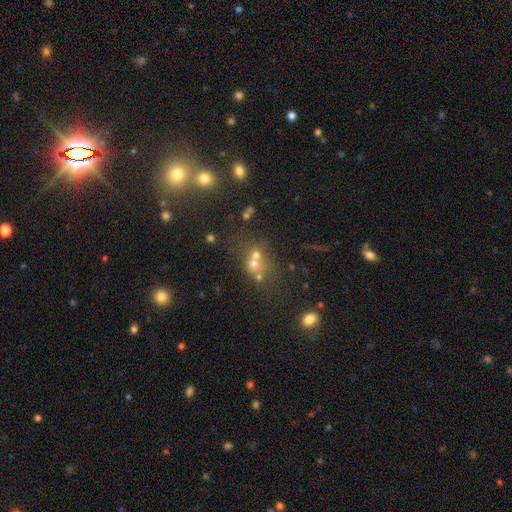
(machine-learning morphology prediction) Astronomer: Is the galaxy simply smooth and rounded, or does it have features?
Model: smooth — 47% (runner-up: star or artifact, 37%).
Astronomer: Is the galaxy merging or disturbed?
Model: none — 47% (runner-up: merger, 40%).